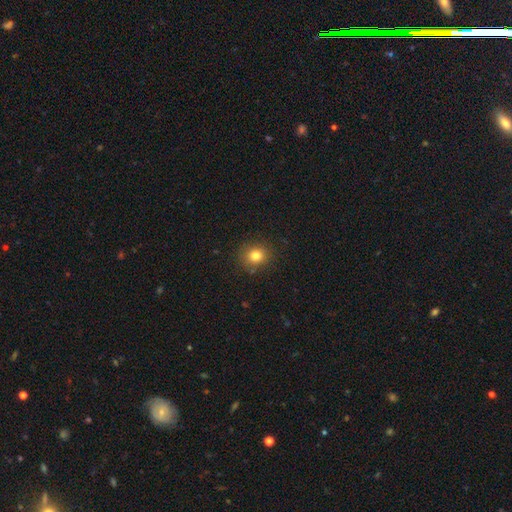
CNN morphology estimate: type=smooth (80%); roundness=round (84%); merging=none (87%).